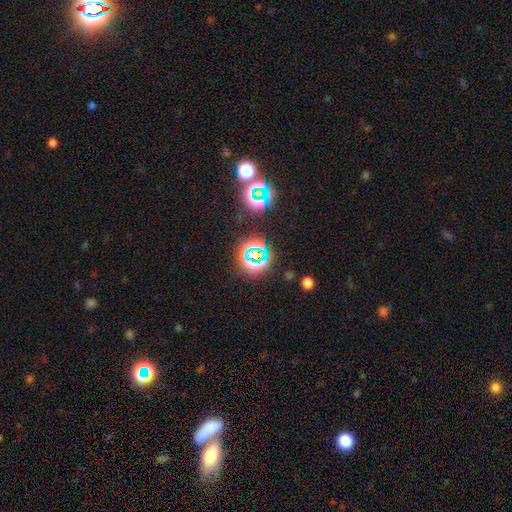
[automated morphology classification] Smooth or featured?
  - star or artifact: 74% *
  - smooth: 16%
  - featured or disk: 10%